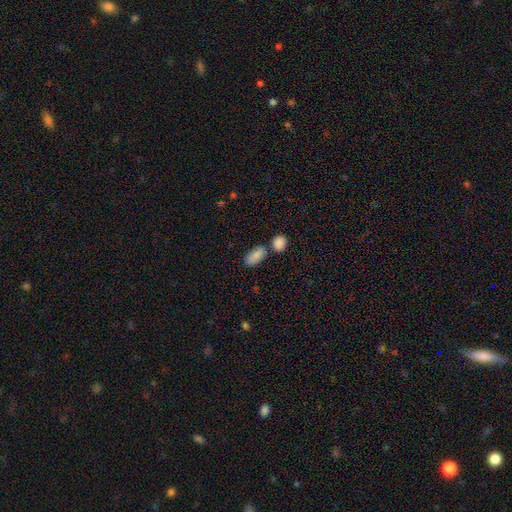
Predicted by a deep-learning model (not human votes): Morphology: type=smooth (85%); roundness=in between (90%); merging=none (64%).